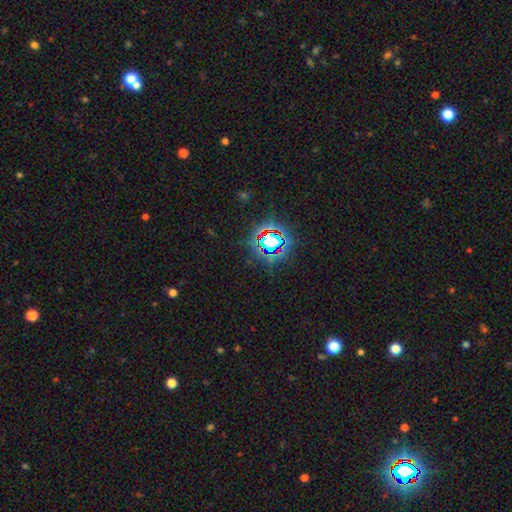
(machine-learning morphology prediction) star or artifact 80%, smooth 12%, featured or disk 8%.